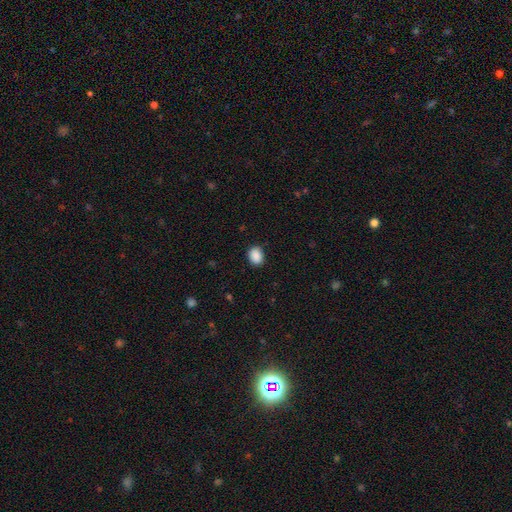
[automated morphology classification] A smooth galaxy with no disk features (89%) that is in between round and cigar-shaped (58%).

Vote fractions:
- Smooth or featured? smooth: 89% / star or artifact: 8% / featured or disk: 3%
- How rounded? in between: 58% / round: 41% / cigar-shaped: 1%
- Merging? none: 87% / minor disturbance: 9% / major disturbance: 2% / merger: 1%